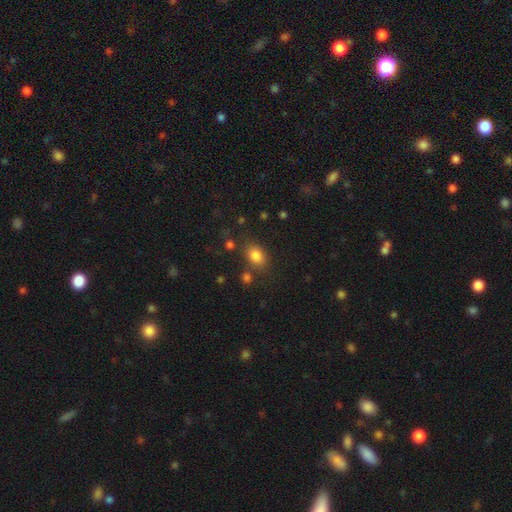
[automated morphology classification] Smooth or featured?
  - smooth: 82% *
  - star or artifact: 11%
  - featured or disk: 7%
How rounded?
  - in between: 74% *
  - round: 25%
  - cigar-shaped: 2%
Merging?
  - none: 75% *
  - minor disturbance: 13%
  - merger: 7%
  - major disturbance: 5%